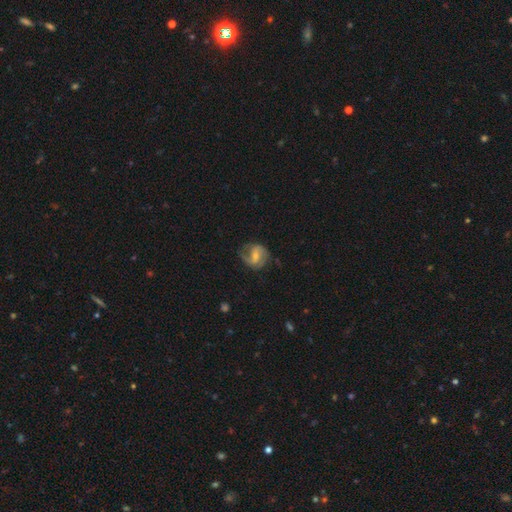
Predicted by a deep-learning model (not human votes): smooth-or-featured: featured or disk: 74% | smooth: 19% | star or artifact: 6%
  disk-edge-on: no: 97% | yes: 3%
    bar: weak: 50% | strong: 26% | no: 24%
    has-spiral-arms: yes: 92% | no: 8%
      spiral-winding: medium: 47% | loose: 33% | tight: 20%
      spiral-arm-count: 2: 77% | 1: 10% | can't tell: 8% | 3: 3% | 4: 1% | more than 4: 1%
    bulge-size: small: 51% | moderate: 38% | none: 7% | large: 3% | dominant: 1%
  merging: none: 63% | minor disturbance: 22% | major disturbance: 13% | merger: 2%